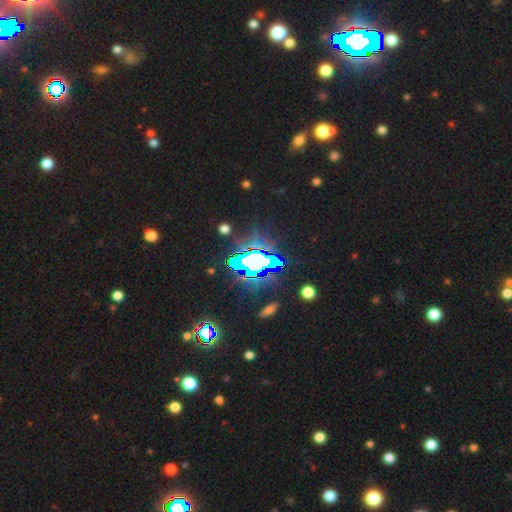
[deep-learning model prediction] The model was most divided on "smooth or featured": star or artifact: 81%, smooth: 10%, featured or disk: 8%.